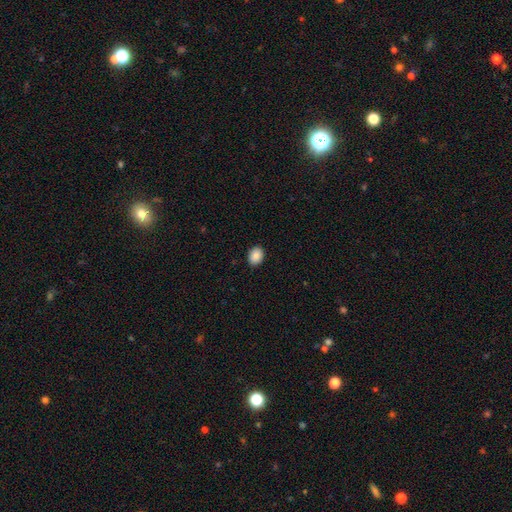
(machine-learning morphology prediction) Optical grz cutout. It shows a smooth galaxy with no disk features (88%) that is in between round and cigar-shaped (62%). Merging: none (89%).